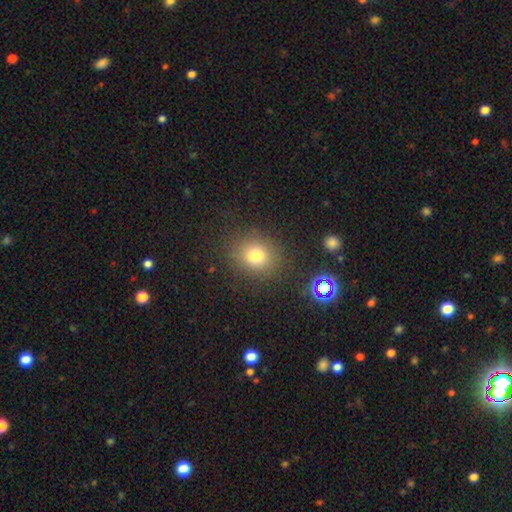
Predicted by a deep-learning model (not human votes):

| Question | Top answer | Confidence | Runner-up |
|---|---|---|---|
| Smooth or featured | smooth | 75% | star or artifact (16%) |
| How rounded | round | 71% | in between (28%) |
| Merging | none | 83% | minor disturbance (10%) |